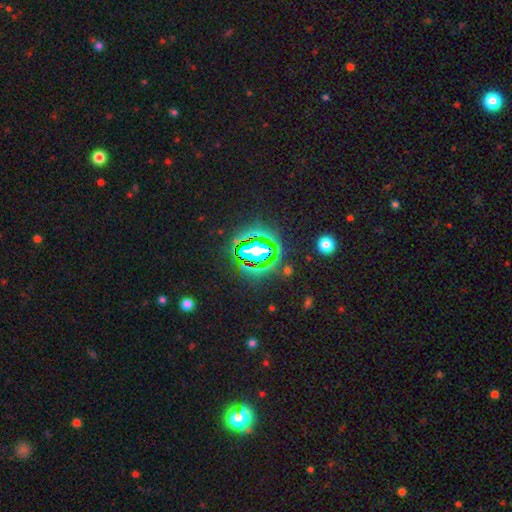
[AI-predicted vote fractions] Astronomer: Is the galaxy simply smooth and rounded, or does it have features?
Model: star or artifact — 80%.